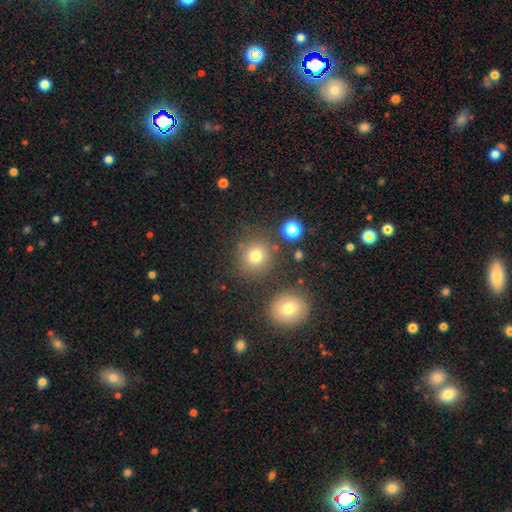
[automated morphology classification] smooth_or_featured: smooth (p=0.78) [alt: star or artifact p=0.15]
how_rounded: round (p=0.87) [alt: in between p=0.12]
merging: none (p=0.80) [alt: minor disturbance p=0.09]